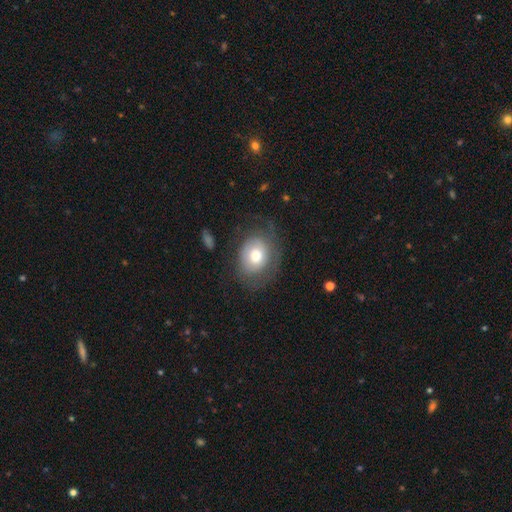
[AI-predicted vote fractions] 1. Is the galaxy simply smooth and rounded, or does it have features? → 61% smooth, 32% featured or disk, 8% star or artifact.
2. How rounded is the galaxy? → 51% round, 48% in between, 1% cigar-shaped.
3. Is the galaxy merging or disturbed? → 58% none, 22% minor disturbance, 18% major disturbance, 2% merger.